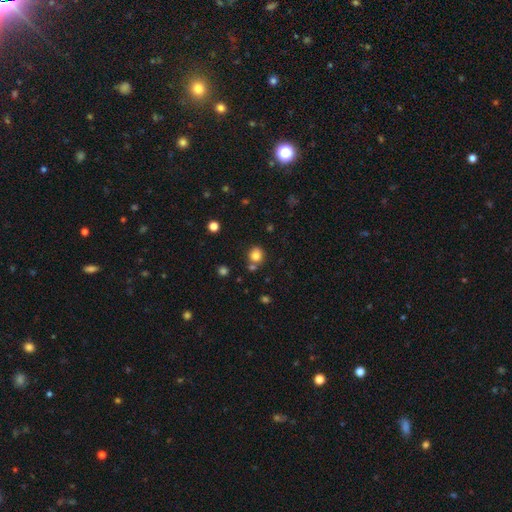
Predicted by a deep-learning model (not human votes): Smooth or featured?
  - smooth: 81% *
  - star or artifact: 12%
  - featured or disk: 7%
How rounded?
  - round: 82% *
  - in between: 17%
  - cigar-shaped: 1%
Merging?
  - none: 67% *
  - merger: 18%
  - minor disturbance: 11%
  - major disturbance: 4%